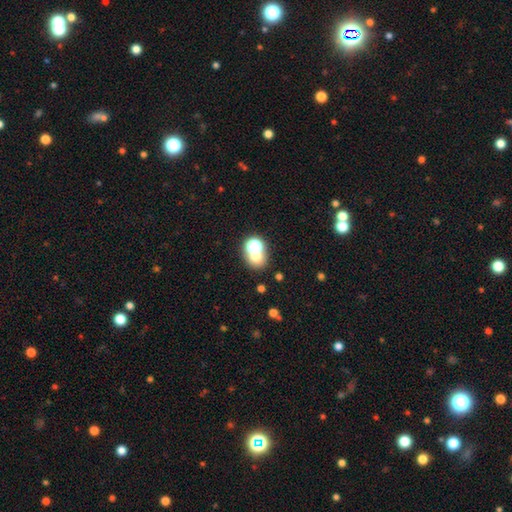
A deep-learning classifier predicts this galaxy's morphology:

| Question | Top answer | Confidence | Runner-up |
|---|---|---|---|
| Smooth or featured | smooth | 64% | star or artifact (22%) |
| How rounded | round | 71% | in between (28%) |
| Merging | none | 49% | merger (39%) |